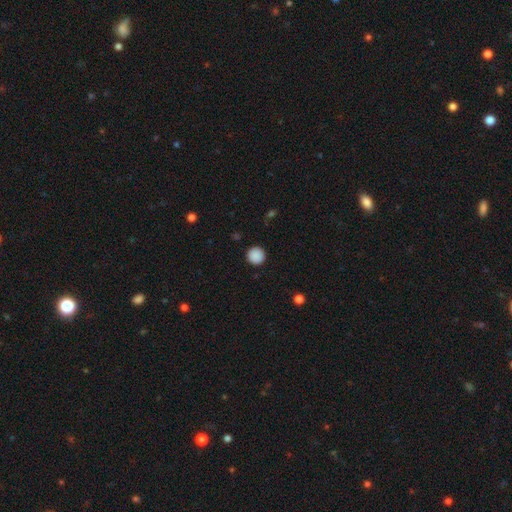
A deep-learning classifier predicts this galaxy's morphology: Q: Smooth or featured?
A: smooth (89%); runner-up: star or artifact (9%)
Q: How rounded?
A: round (96%); runner-up: in between (3%)
Q: Merging?
A: none (92%); runner-up: minor disturbance (5%)